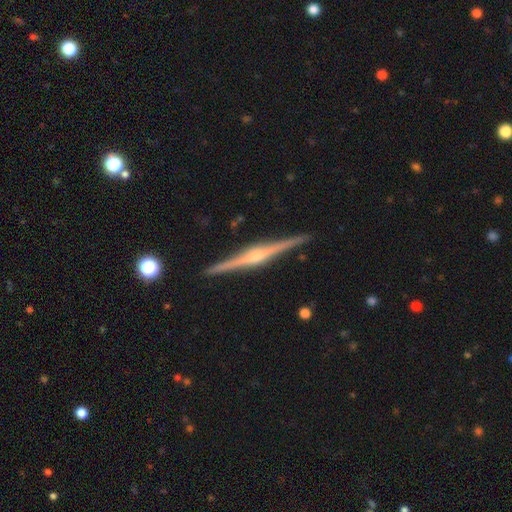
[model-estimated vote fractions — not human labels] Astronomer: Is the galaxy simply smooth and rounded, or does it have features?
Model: featured or disk — 87%.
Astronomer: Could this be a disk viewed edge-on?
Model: yes — 99%.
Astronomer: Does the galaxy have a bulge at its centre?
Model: rounded — 81%.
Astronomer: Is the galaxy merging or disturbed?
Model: none — 92%.